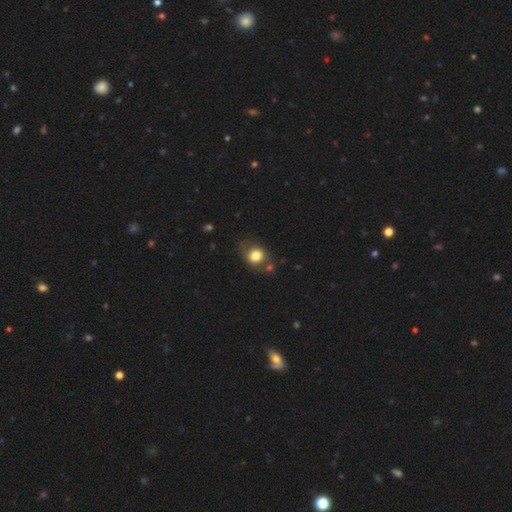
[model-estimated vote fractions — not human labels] smooth 79%, featured or disk 11%, star or artifact 10%. Down the decision tree: how rounded — round (64%); merging — none (62%).